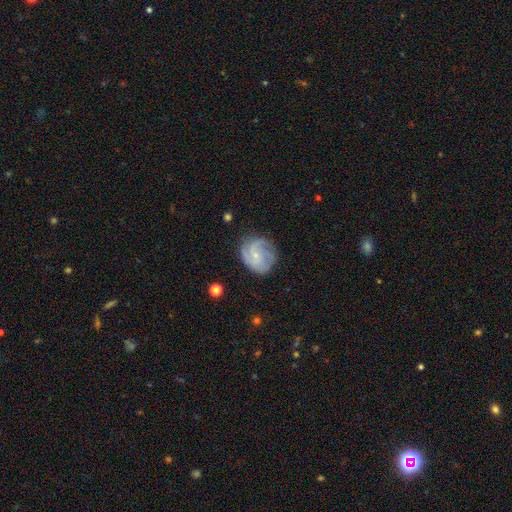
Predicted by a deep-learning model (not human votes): Smooth or featured? featured or disk (79%)
Edge-on disk? no (98%)
Bar? no (72%)
Spiral arms? yes (95%)
Spiral winding? tight (48%)
Spiral arm count? 3 (45%)
Bulge size? small (79%)
Merging? none (74%)